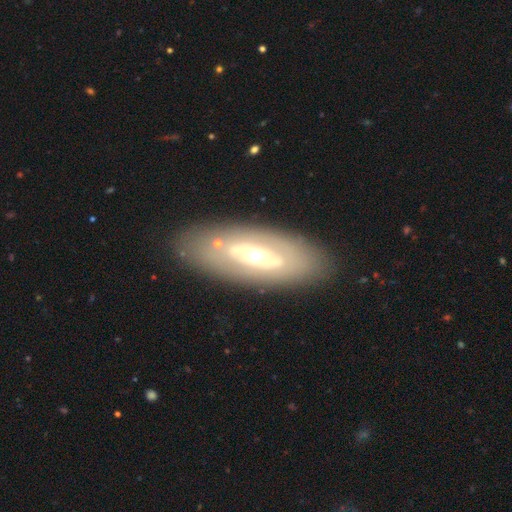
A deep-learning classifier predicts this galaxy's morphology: The model was most divided on "smooth or featured": featured or disk: 65%, smooth: 29%, star or artifact: 6%. More confident: edge-on disk — no (84%); merging — none (82%); spiral arms — no (80%); bulge size — moderate (65%); bar — no (63%).